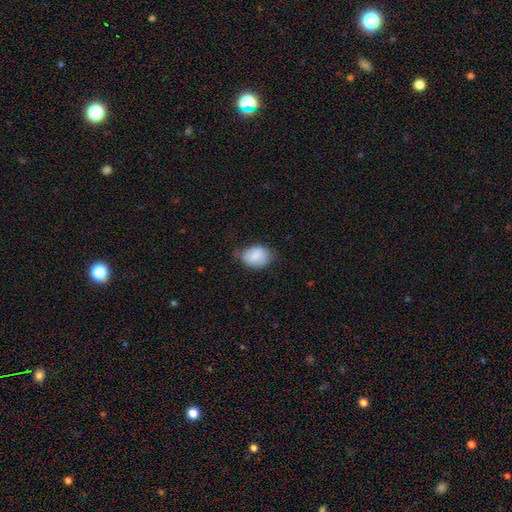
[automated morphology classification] The model was most divided on "merging": none: 58%, minor disturbance: 33%, major disturbance: 7%, merger: 2%. More confident: smooth or featured — smooth (82%); how rounded — in between (74%).